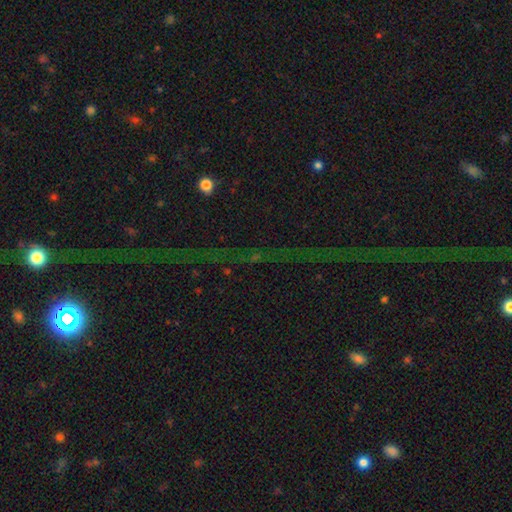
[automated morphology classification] Overall: star or artifact (75%).